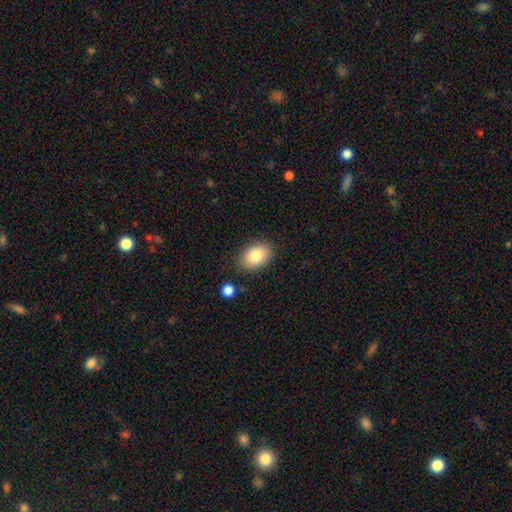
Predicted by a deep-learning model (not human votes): smooth-or-featured: smooth: 83% | featured or disk: 9% | star or artifact: 7%
  how-rounded: in between: 84% | round: 15% | cigar-shaped: 1%
  merging: none: 84% | minor disturbance: 11% | major disturbance: 3% | merger: 2%